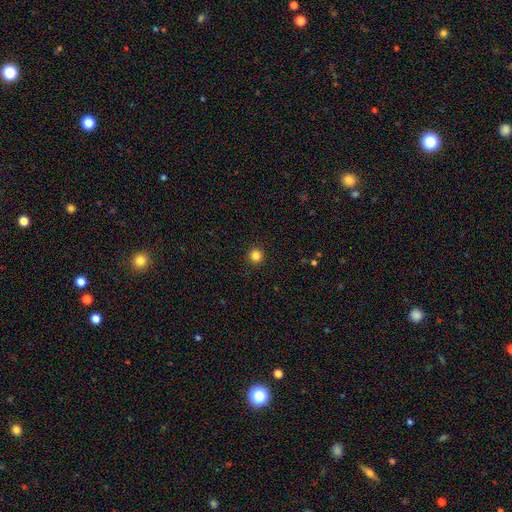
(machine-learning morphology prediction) smooth-or-featured: smooth: 84% | star or artifact: 12% | featured or disk: 4%
  how-rounded: round: 95% | in between: 4% | cigar-shaped: 1%
  merging: none: 93% | minor disturbance: 5% | major disturbance: 2% | merger: 1%